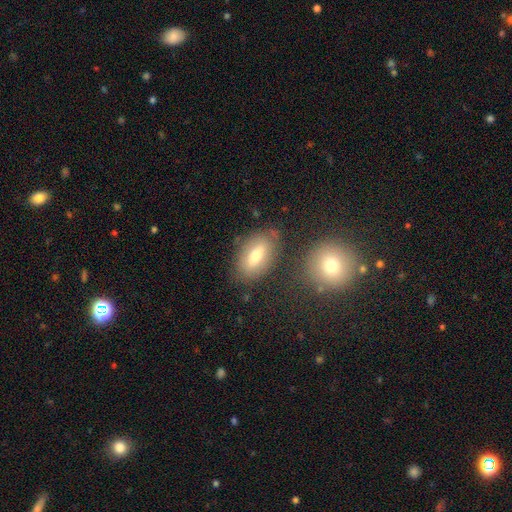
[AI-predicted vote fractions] Q: Smooth or featured?
A: smooth (66%); runner-up: featured or disk (26%)
Q: How rounded?
A: in between (88%); runner-up: cigar-shaped (6%)
Q: Merging?
A: none (75%); runner-up: minor disturbance (14%)